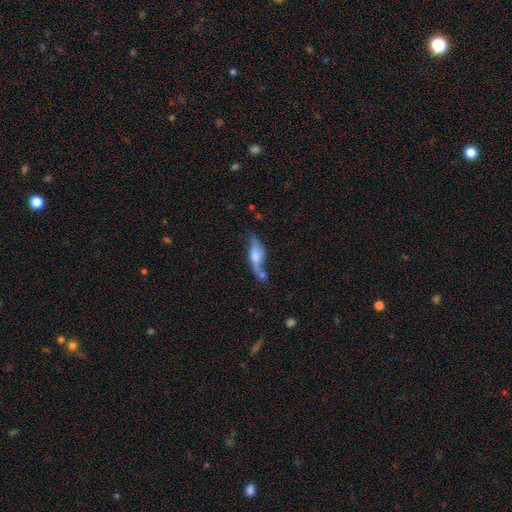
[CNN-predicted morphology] Q: Smooth or featured?
A: featured or disk (50%); runner-up: smooth (42%)
Q: Edge-on disk?
A: no (59%); runner-up: yes (41%)
Q: Merging?
A: none (33%); runner-up: merger (31%)